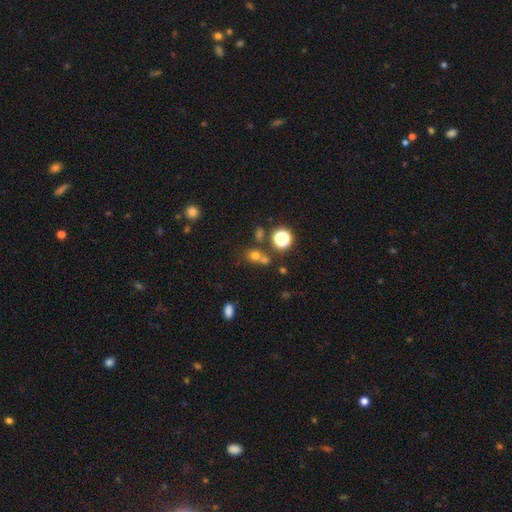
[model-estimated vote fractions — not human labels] Smooth or featured? smooth (61%)
How rounded? round (71%)
Merging? none (55%)